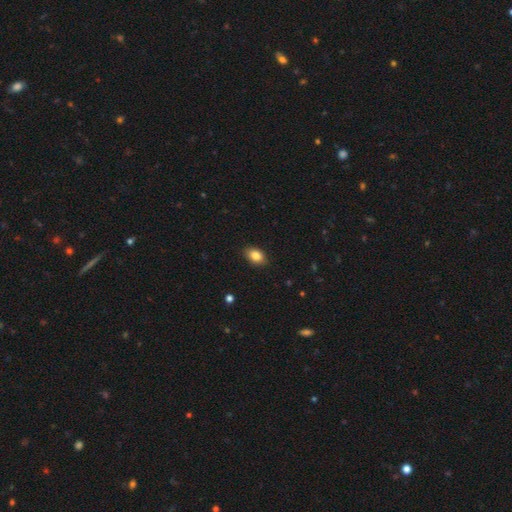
Smooth or featured? smooth (84%)
How rounded? in between (81%)
Merging? none (83%)